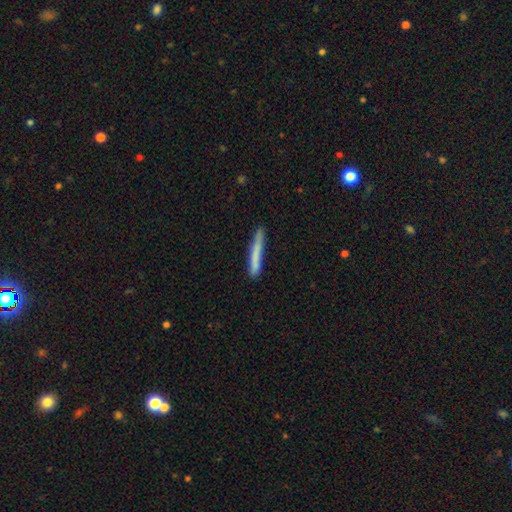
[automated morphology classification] smooth-or-featured: smooth: 74% | featured or disk: 20% | star or artifact: 6%
  how-rounded: cigar-shaped: 96% | in between: 3% | round: 1%
  merging: none: 81% | minor disturbance: 14% | major disturbance: 3% | merger: 2%